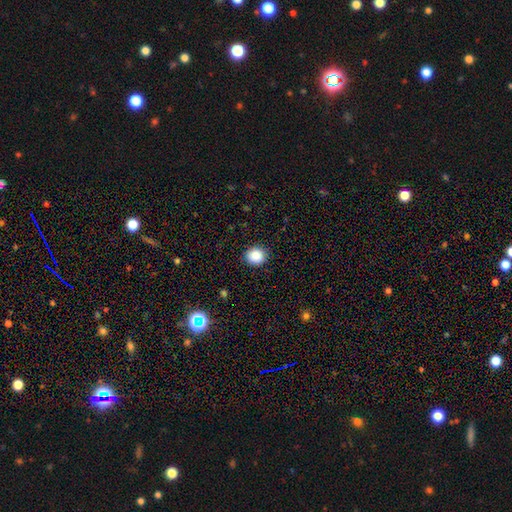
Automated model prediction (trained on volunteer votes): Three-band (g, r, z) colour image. It shows a smooth galaxy with no disk features (87%) that is round (83%). Merging: none (90%).